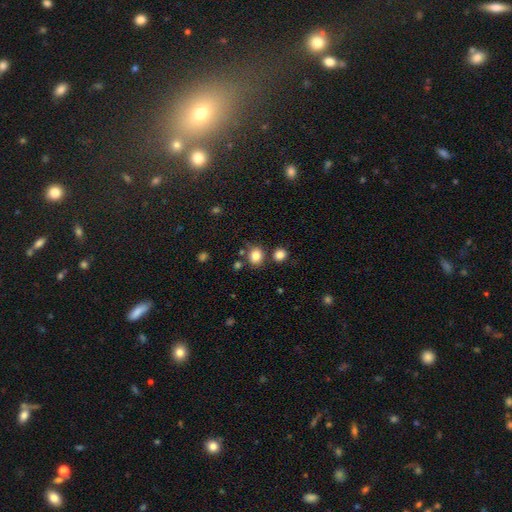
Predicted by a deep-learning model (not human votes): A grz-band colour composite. It shows a smooth galaxy with no disk features (83%) that is round (68%). Merging: none (73%).